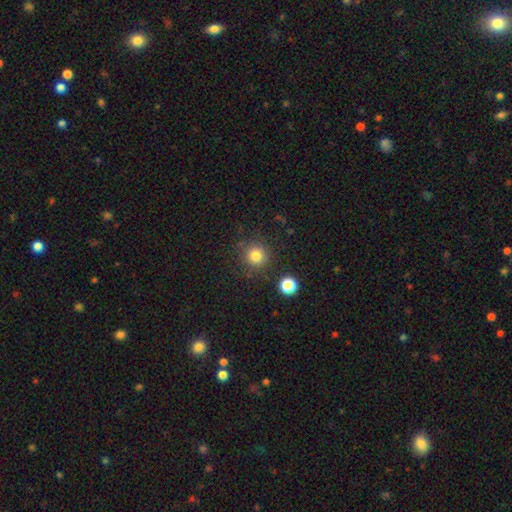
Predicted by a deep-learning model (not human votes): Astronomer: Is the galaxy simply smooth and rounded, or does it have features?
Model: smooth — 81%.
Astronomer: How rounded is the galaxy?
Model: round — 94%.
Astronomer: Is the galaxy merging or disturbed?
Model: none — 85%.